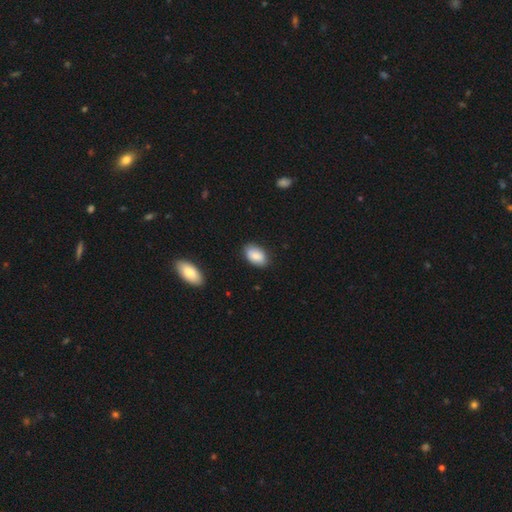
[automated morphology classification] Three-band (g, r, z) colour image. It shows a smooth galaxy with no disk features (85%) that is in between round and cigar-shaped (93%). Merging: none (85%).